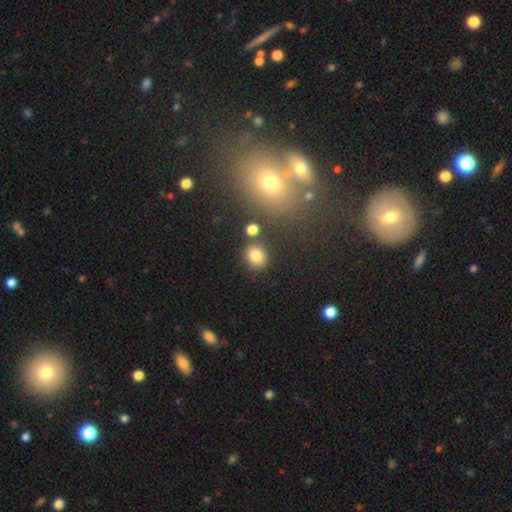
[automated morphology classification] A smooth galaxy with no disk features (82%) that is round (74%). Merging: none (80%).